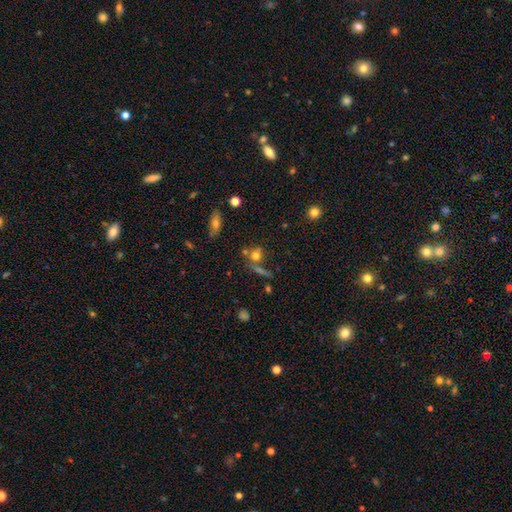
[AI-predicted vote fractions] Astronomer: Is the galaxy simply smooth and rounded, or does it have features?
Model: smooth — 68%.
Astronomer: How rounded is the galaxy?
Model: round — 78%.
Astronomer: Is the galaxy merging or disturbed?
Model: none — 52% (runner-up: merger, 30%).